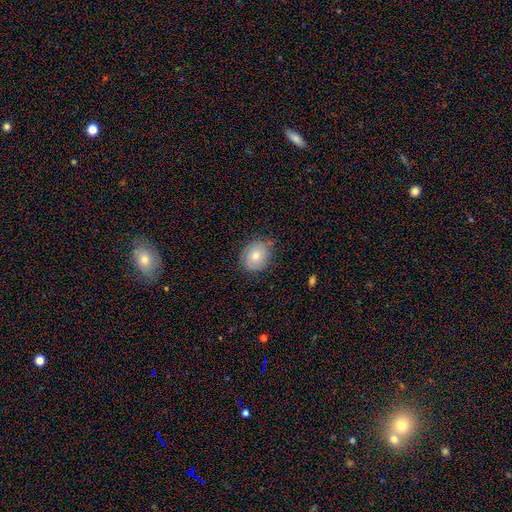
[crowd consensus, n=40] This appears to be a featured or disk galaxy (68%) with no bar (89%), tight (83%) spiral arms (85%) and a moderate central bulge (93%). Merging: none (95%).